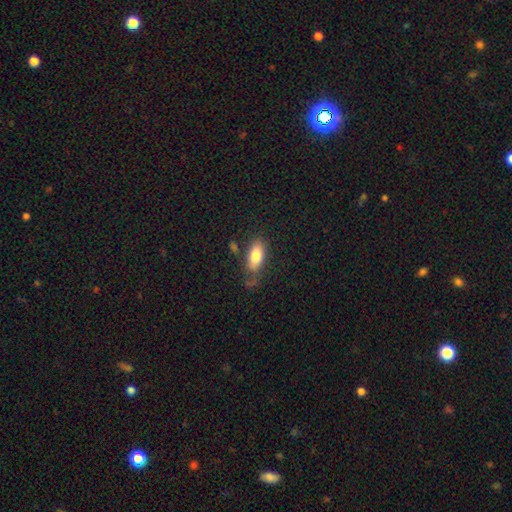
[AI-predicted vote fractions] smooth 79%, featured or disk 14%, star or artifact 7%. Down the decision tree: how rounded — in between (87%); merging — none (58%).